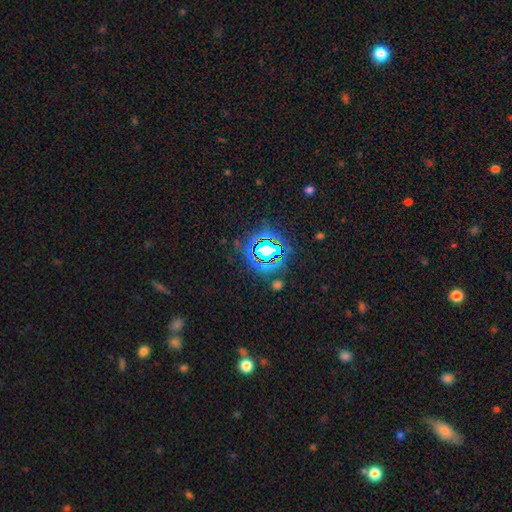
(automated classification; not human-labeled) A star or artifact, not a galaxy (79%).

Vote fractions:
- Smooth or featured? star or artifact: 79% / smooth: 12% / featured or disk: 9%